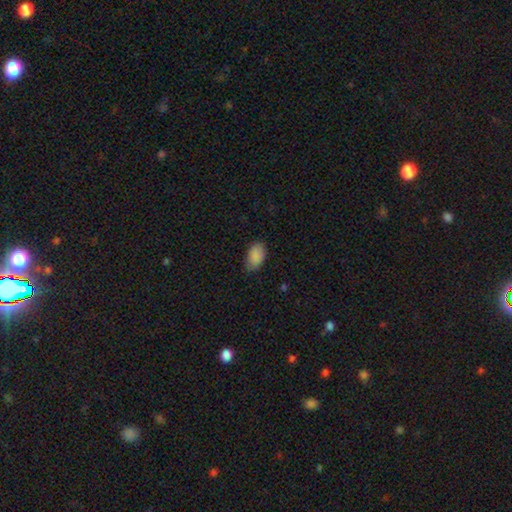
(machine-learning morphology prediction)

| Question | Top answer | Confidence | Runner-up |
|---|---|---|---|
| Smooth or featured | smooth | 89% | star or artifact (7%) |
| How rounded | in between | 93% | round (6%) |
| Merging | none | 77% | minor disturbance (19%) |